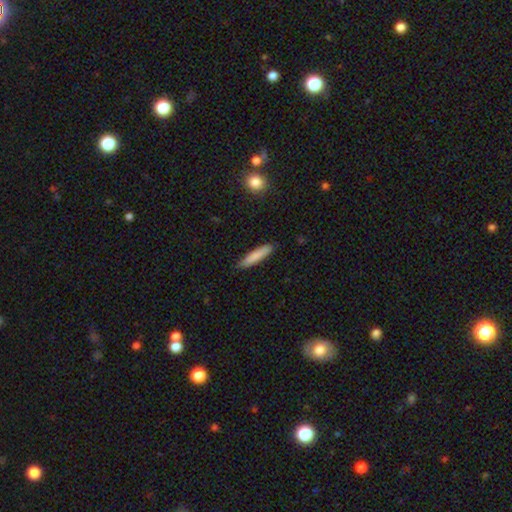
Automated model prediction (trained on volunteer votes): Smooth or featured?
  - smooth: 82% *
  - featured or disk: 12%
  - star or artifact: 6%
How rounded?
  - cigar-shaped: 86% *
  - in between: 13%
  - round: 1%
Merging?
  - none: 86% *
  - minor disturbance: 11%
  - major disturbance: 2%
  - merger: 1%